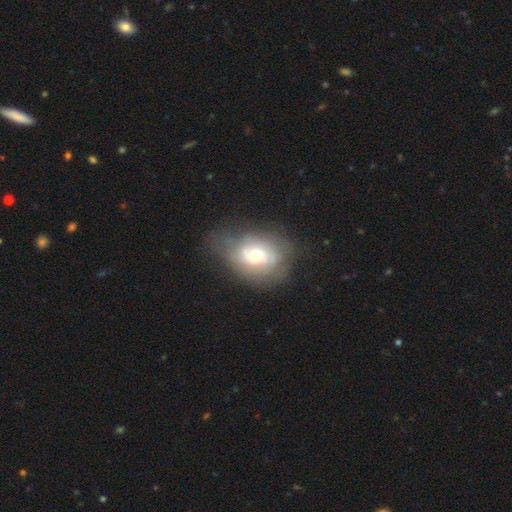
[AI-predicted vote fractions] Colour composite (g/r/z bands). It shows a smooth galaxy with no disk features (47%). Merging: none (47%).